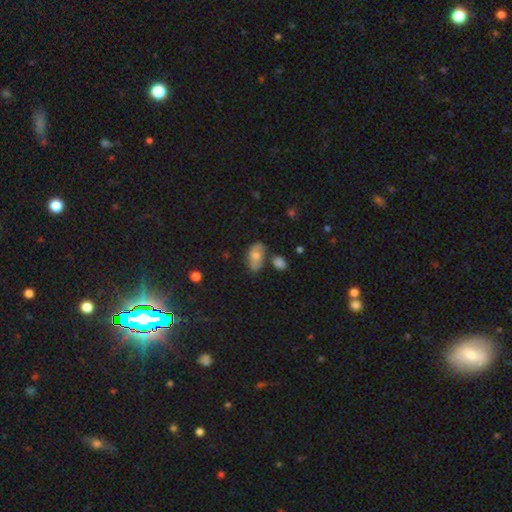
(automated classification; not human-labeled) Morphology: type=smooth (61%); roundness=in between (89%); merging=none (59%).